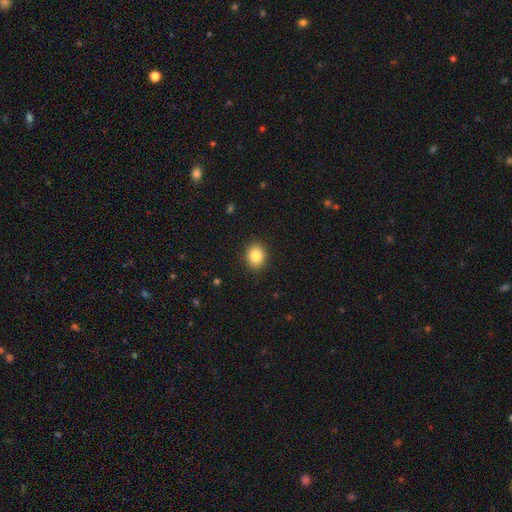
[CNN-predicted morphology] This is clearly a smooth galaxy (85%). How rounded: possibly round (54%). Merging: clearly none (89%).